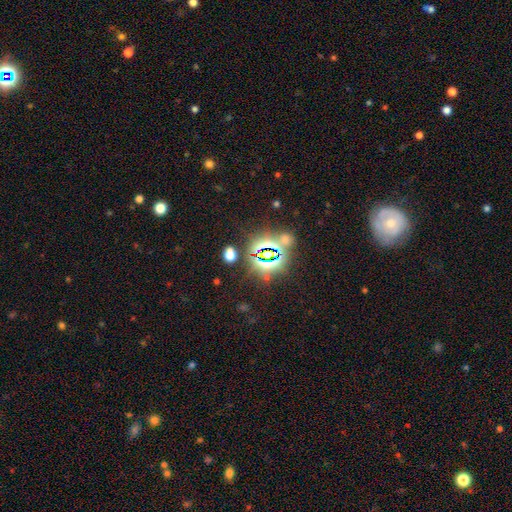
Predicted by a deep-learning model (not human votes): A star or artifact, not a galaxy (79%).

Vote fractions:
- Smooth or featured? star or artifact: 79% / smooth: 12% / featured or disk: 9%